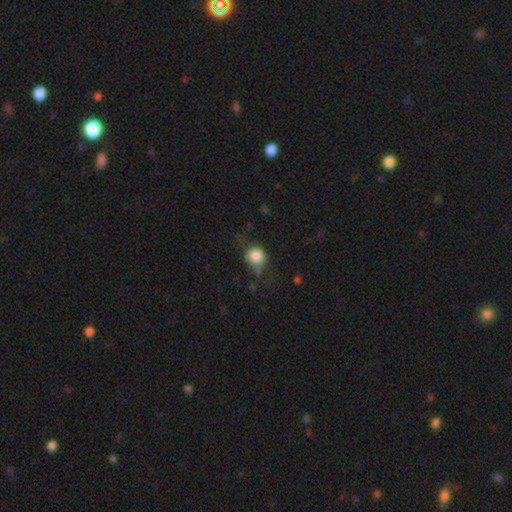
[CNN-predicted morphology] This is likely a smooth galaxy (78%). How rounded: likely round (76%). Merging: marginally none (45%).